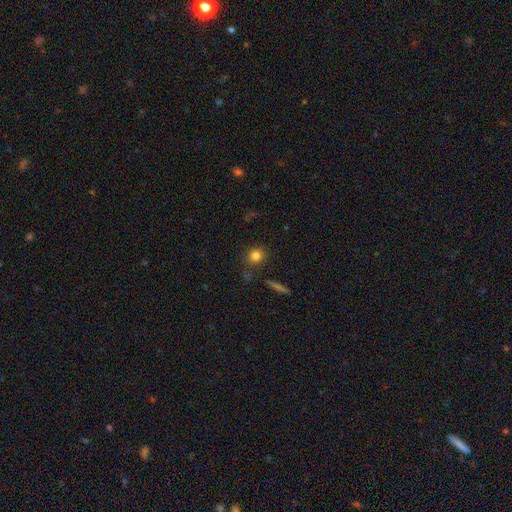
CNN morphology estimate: smooth_or_featured: smooth (p=0.81) [alt: star or artifact p=0.12]
how_rounded: round (p=0.85) [alt: in between p=0.13]
merging: none (p=0.80) [alt: minor disturbance p=0.12]